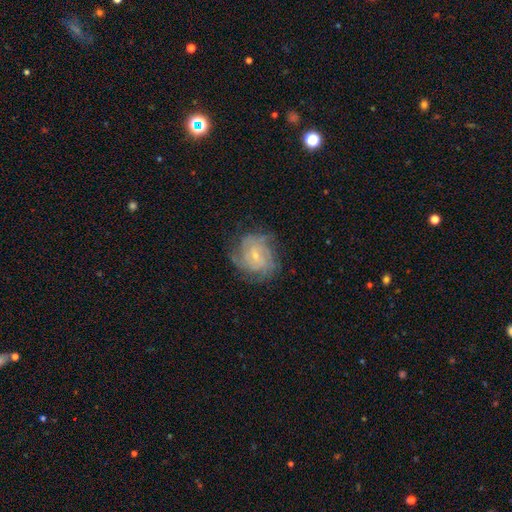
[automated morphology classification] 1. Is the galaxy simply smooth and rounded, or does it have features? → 79% featured or disk, 13% smooth, 7% star or artifact.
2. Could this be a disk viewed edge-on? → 98% no, 2% yes.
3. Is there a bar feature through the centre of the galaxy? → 54% no, 39% weak, 7% strong.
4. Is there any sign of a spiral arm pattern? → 93% yes, 7% no.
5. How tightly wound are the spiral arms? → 61% tight, 31% medium, 7% loose.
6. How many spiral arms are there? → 36% can't tell, 20% 3, 17% 4, 16% 2, 6% more than 4, 6% 1.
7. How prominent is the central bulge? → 73% small, 23% moderate, 3% none, 1% large, 1% dominant.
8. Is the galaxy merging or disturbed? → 71% none, 19% minor disturbance, 9% major disturbance, 1% merger.